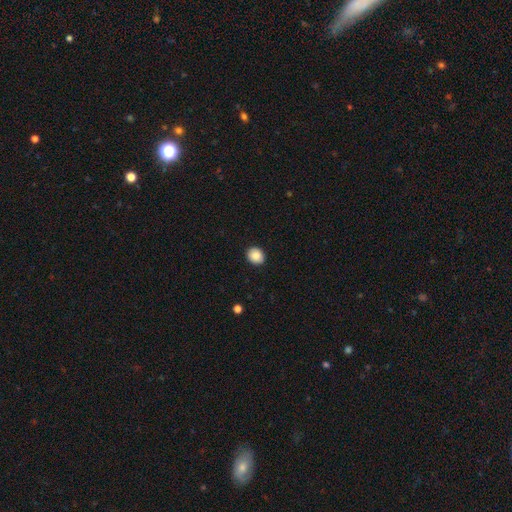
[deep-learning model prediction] This is clearly a smooth galaxy (88%). How rounded: likely round (66%). Merging: clearly none (91%).